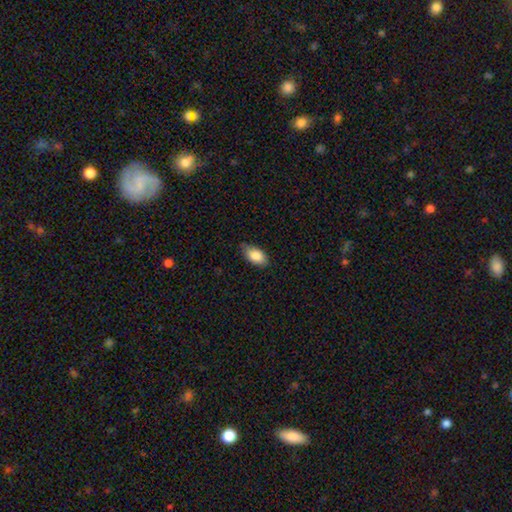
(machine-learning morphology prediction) type=smooth (86%); roundness=in between (93%); merging=none (78%).